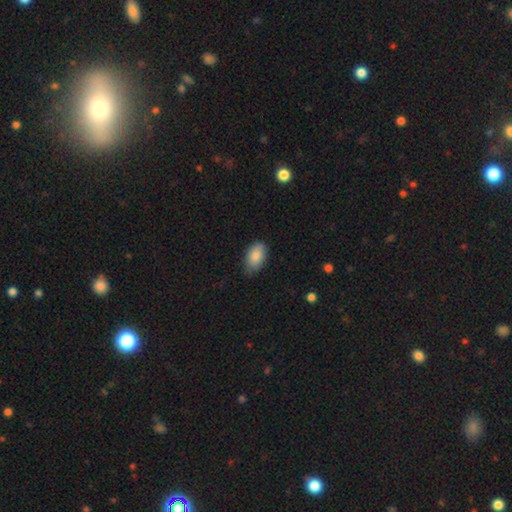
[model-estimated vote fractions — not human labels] A smooth galaxy with no disk features (84%) that is in between round and cigar-shaped (92%). Merging: none (70%).